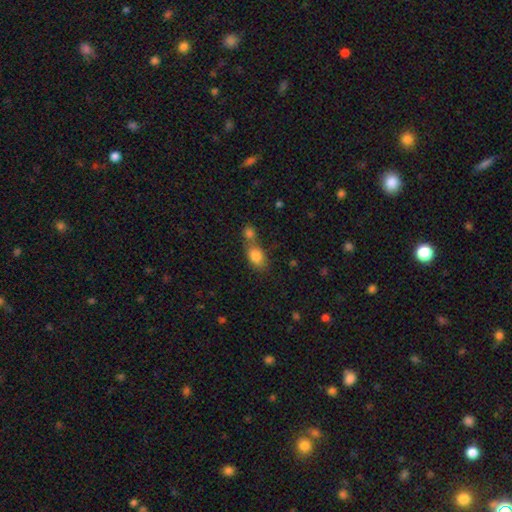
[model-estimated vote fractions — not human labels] A smooth galaxy with no disk features (82%) that is in between round and cigar-shaped (76%).

Vote fractions:
- Smooth or featured? smooth: 82% / featured or disk: 10% / star or artifact: 9%
- How rounded? in between: 76% / round: 21% / cigar-shaped: 3%
- Merging? merger: 48% / none: 37% / minor disturbance: 10% / major disturbance: 4%